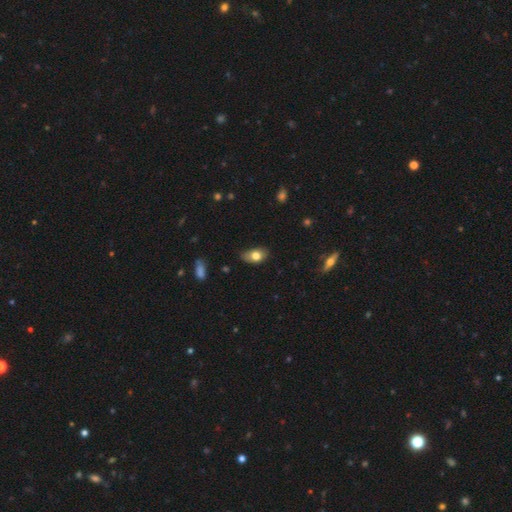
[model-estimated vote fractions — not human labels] Smooth or featured: smooth — 75% (featured or disk — 17%)
How rounded: in between — 87% (round — 10%)
Merging: none — 64% (minor disturbance — 28%)